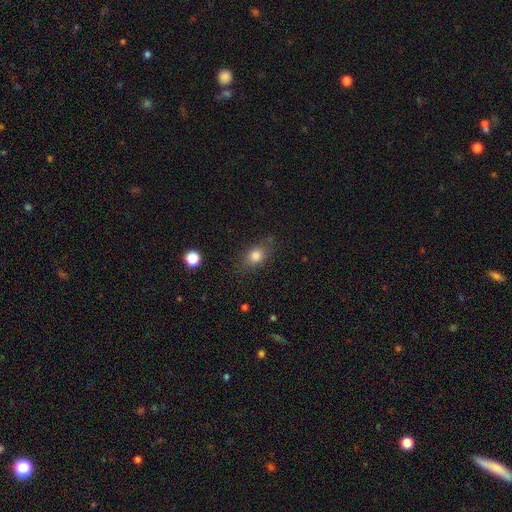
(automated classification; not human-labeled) Overall: smooth (79%). How rounded: in between (60%; round 36%). Merging: none (77%).